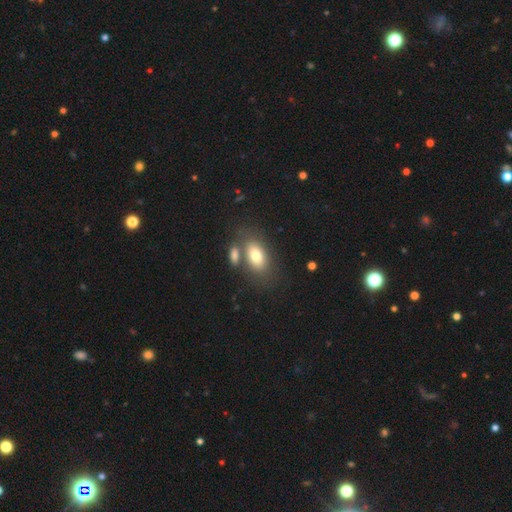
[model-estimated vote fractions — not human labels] Morphology: type=smooth (77%); roundness=in between (89%); merging=none (58%).